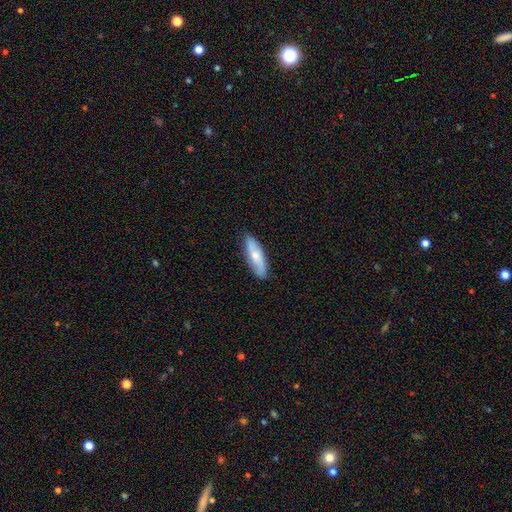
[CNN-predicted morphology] This is likely a smooth galaxy (63%). How rounded: possibly cigar-shaped (50%). Merging: clearly none (84%).